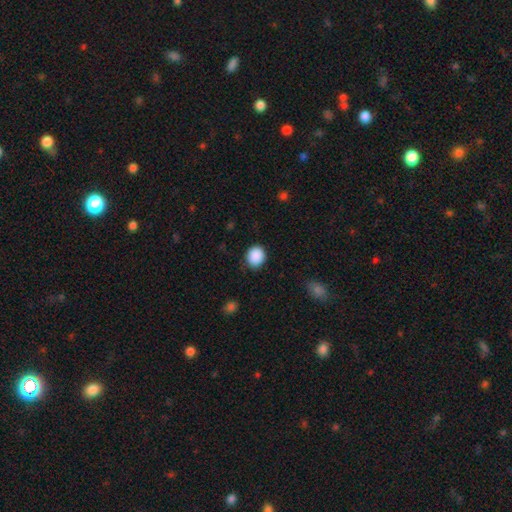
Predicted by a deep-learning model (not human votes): A smooth galaxy with no disk features (90%) that is round (74%).

Vote fractions:
- Smooth or featured? smooth: 90% / star or artifact: 8% / featured or disk: 3%
- How rounded? round: 74% / in between: 25% / cigar-shaped: 1%
- Merging? none: 85% / minor disturbance: 11% / major disturbance: 3% / merger: 1%